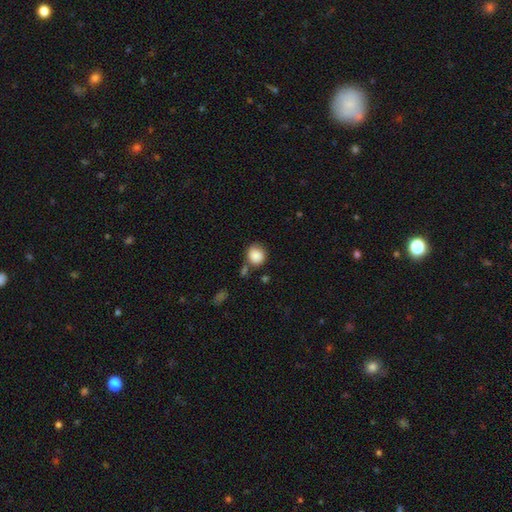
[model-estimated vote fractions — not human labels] Smooth or featured: smooth — 88% (star or artifact — 8%)
How rounded: round — 81% (in between — 18%)
Merging: none — 66% (minor disturbance — 18%)